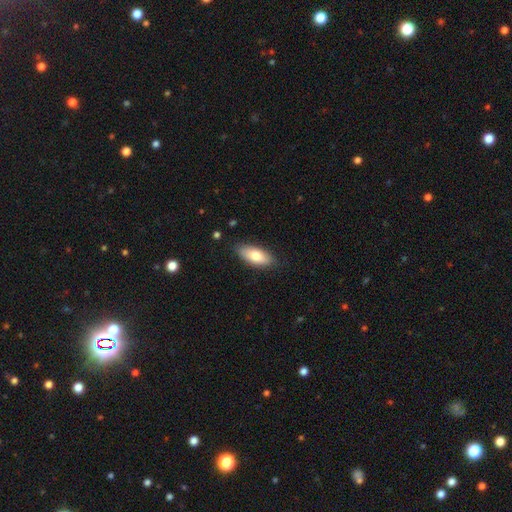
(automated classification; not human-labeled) smooth 78%, featured or disk 16%, star or artifact 6%. Down the decision tree: how rounded — in between (84%); merging — none (84%).